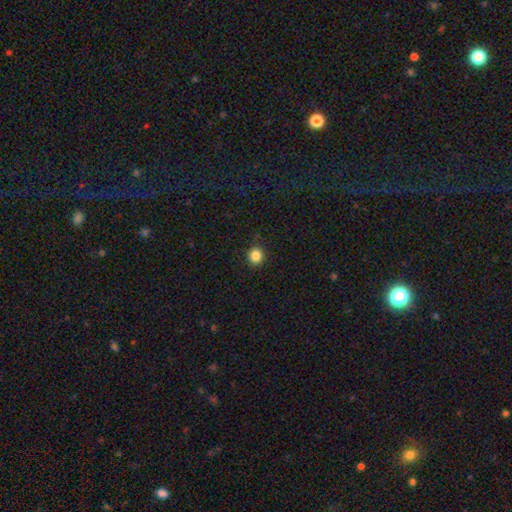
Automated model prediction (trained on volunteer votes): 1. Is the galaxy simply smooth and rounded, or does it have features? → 85% smooth, 11% star or artifact, 4% featured or disk.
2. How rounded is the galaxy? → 90% round, 10% in between, 1% cigar-shaped.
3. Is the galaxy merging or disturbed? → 91% none, 6% minor disturbance, 2% major disturbance, 1% merger.